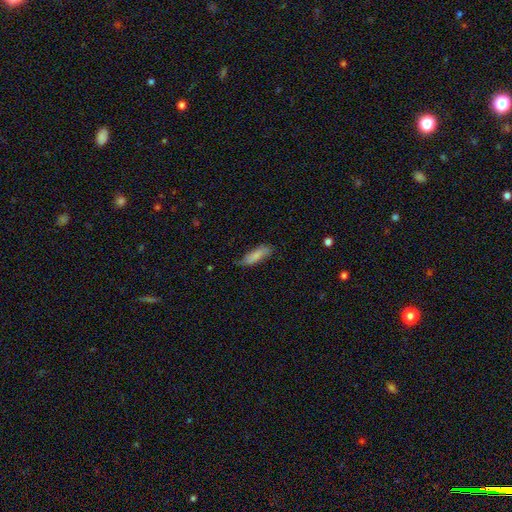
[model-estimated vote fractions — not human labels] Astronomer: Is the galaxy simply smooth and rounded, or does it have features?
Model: smooth — 79%.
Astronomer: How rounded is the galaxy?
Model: in between — 53% (runner-up: cigar-shaped, 45%).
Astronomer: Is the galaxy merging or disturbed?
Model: none — 62%.